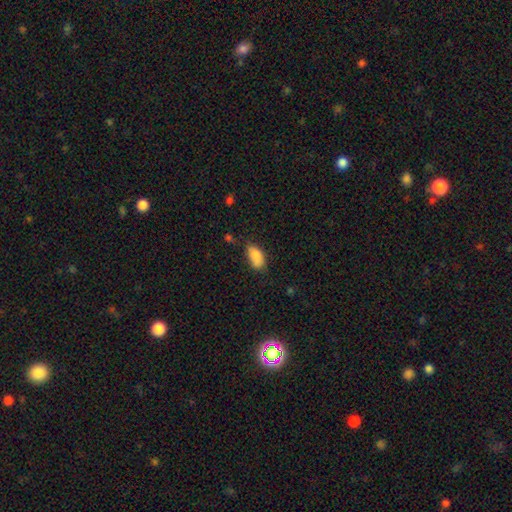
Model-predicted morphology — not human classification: smooth-or-featured: smooth: 85% | star or artifact: 8% | featured or disk: 7%
  how-rounded: in between: 91% | cigar-shaped: 5% | round: 4%
  merging: none: 54% | minor disturbance: 33% | major disturbance: 8% | merger: 4%